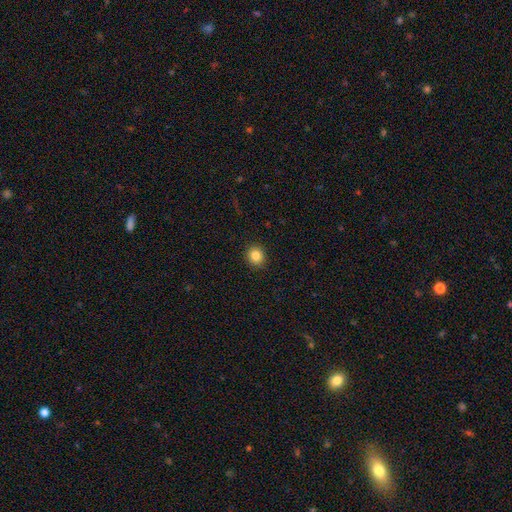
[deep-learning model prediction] smooth 85%, star or artifact 10%, featured or disk 5%. Down the decision tree: how rounded — round (85%); merging — none (92%).